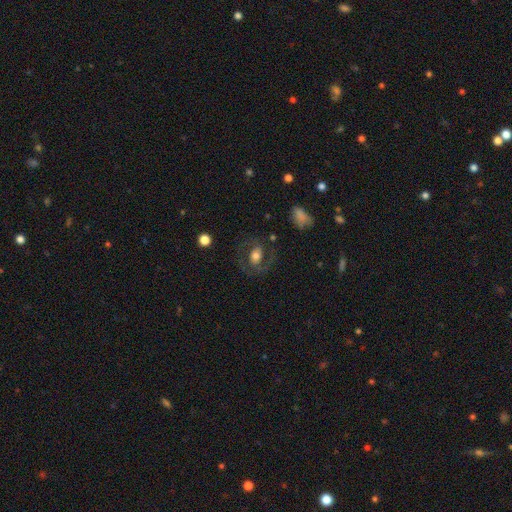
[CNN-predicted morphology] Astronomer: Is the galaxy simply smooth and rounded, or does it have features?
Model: featured or disk — 59%.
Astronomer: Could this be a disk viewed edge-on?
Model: no — 96%.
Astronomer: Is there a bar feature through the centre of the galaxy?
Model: no — 55%.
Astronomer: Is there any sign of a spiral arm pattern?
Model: yes — 69%.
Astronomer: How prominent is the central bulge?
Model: moderate — 58%.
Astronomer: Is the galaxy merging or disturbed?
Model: none — 71%.